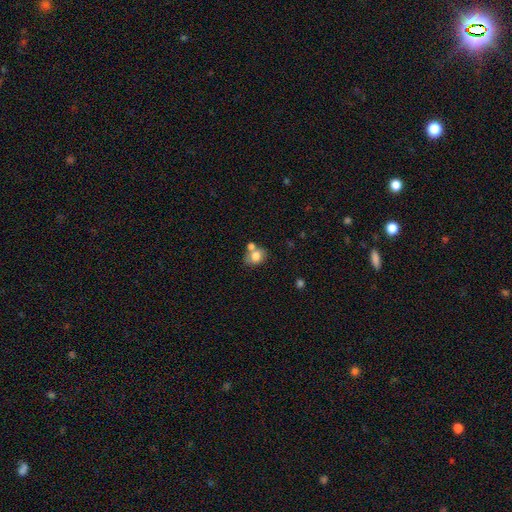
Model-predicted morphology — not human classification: A smooth galaxy with no disk features (77%) that is round (50%). Merging: none (50%).